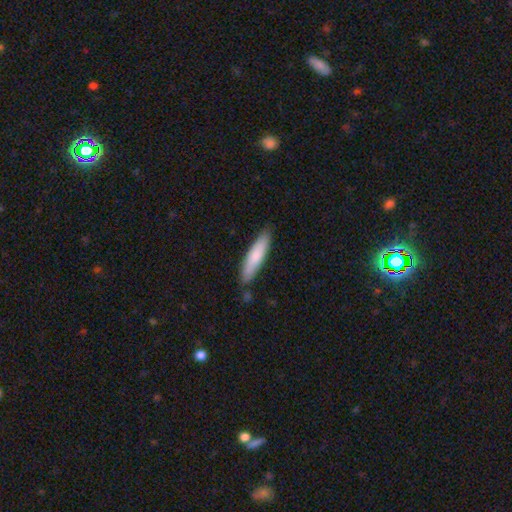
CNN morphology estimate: The model was most divided on "how rounded": cigar-shaped: 77%, in between: 21%, round: 1%. More confident: merging — none (83%); smooth or featured — smooth (78%).